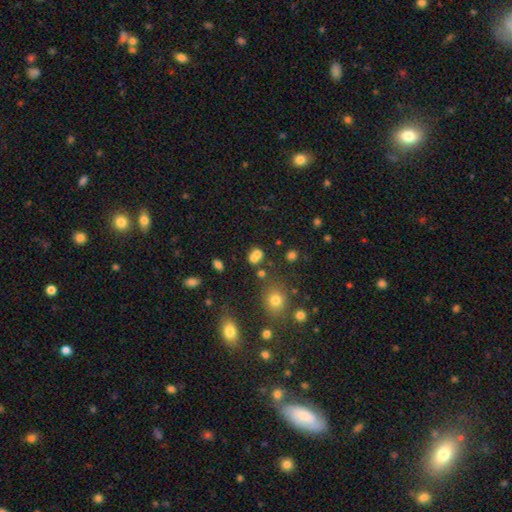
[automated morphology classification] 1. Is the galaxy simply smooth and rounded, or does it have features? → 70% smooth, 18% star or artifact, 12% featured or disk.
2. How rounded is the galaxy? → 57% round, 41% in between, 1% cigar-shaped.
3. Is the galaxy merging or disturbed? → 42% merger, 41% none, 11% minor disturbance, 6% major disturbance.